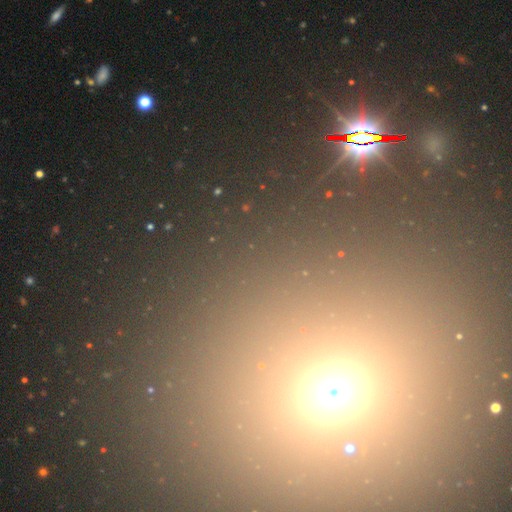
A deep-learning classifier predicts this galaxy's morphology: The model was most divided on "smooth or featured" (2-way tie): star or artifact: 46%, smooth: 46%, featured or disk: 8%.